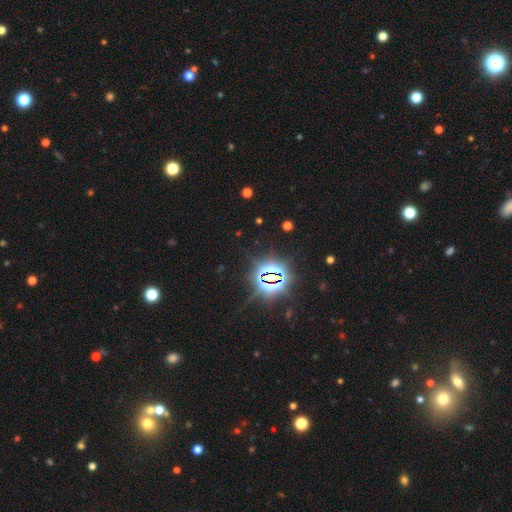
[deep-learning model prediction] Smooth or featured? star or artifact (83%)